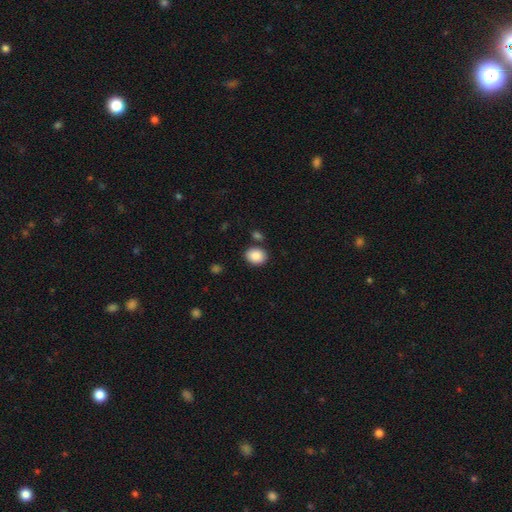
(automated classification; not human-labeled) smooth-or-featured: smooth: 88% | star or artifact: 8% | featured or disk: 4%
  how-rounded: in between: 51% | round: 48% | cigar-shaped: 1%
  merging: none: 81% | minor disturbance: 10% | merger: 7% | major disturbance: 3%